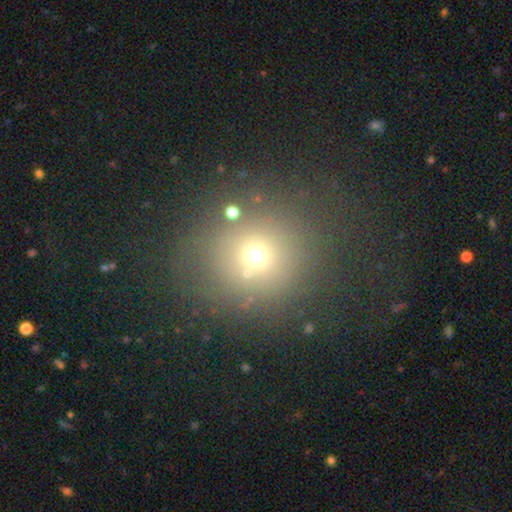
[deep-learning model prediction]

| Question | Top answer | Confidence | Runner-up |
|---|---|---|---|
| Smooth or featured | smooth | 65% | star or artifact (23%) |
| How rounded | round | 89% | in between (10%) |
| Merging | none | 76% | minor disturbance (10%) |